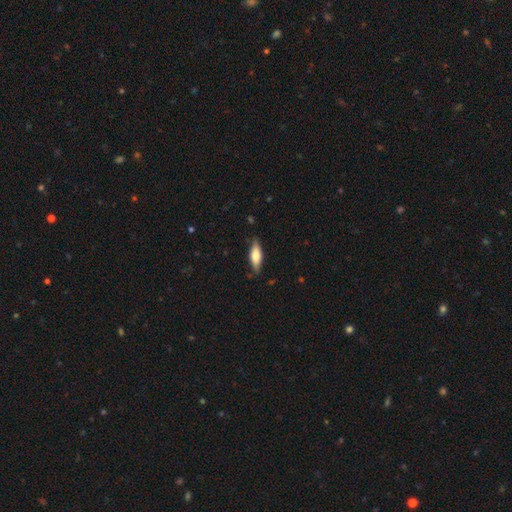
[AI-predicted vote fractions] A smooth galaxy with no disk features (68%) that is in between round and cigar-shaped (61%). Merging: none (80%).